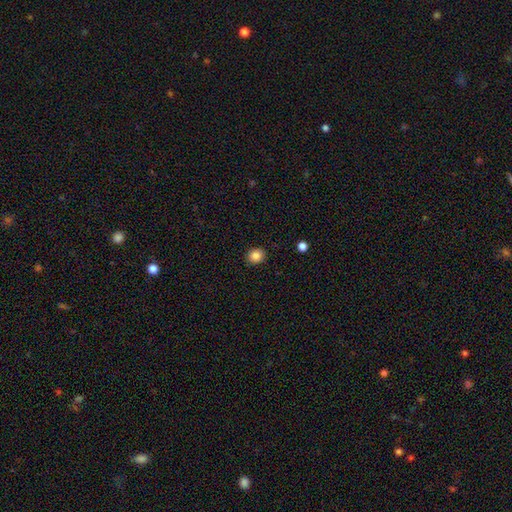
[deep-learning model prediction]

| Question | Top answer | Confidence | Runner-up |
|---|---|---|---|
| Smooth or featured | smooth | 85% | star or artifact (10%) |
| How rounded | round | 75% | in between (24%) |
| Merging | none | 91% | minor disturbance (7%) |